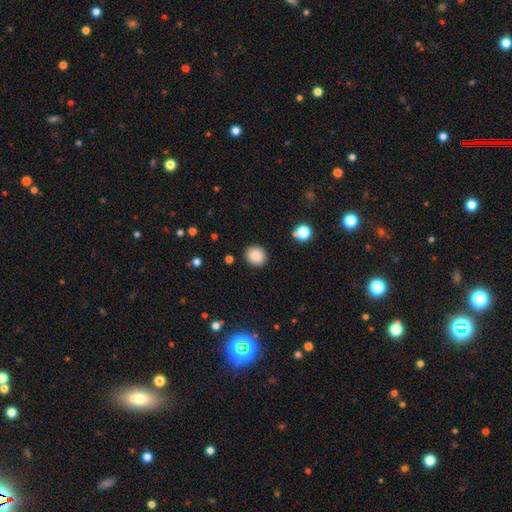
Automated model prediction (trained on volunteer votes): Smooth or featured?
  - smooth: 86% *
  - star or artifact: 10%
  - featured or disk: 4%
How rounded?
  - round: 84% *
  - in between: 15%
  - cigar-shaped: 1%
Merging?
  - none: 89% *
  - minor disturbance: 7%
  - major disturbance: 2%
  - merger: 2%